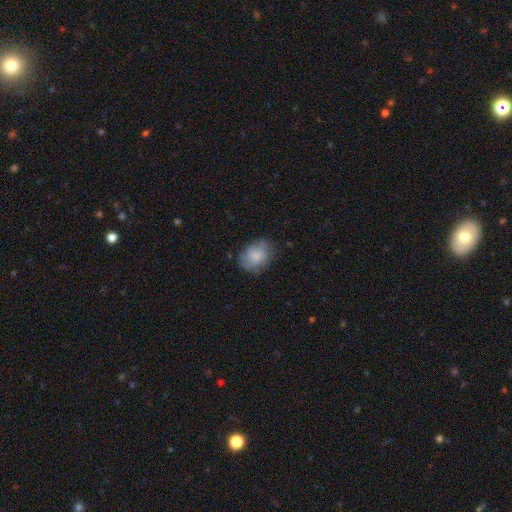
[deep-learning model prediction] A smooth galaxy with no disk features (81%) that is in between round and cigar-shaped (61%).

Vote fractions:
- Smooth or featured? smooth: 81% / featured or disk: 12% / star or artifact: 7%
- How rounded? in between: 61% / round: 38% / cigar-shaped: 1%
- Merging? none: 67% / minor disturbance: 25% / major disturbance: 7% / merger: 1%